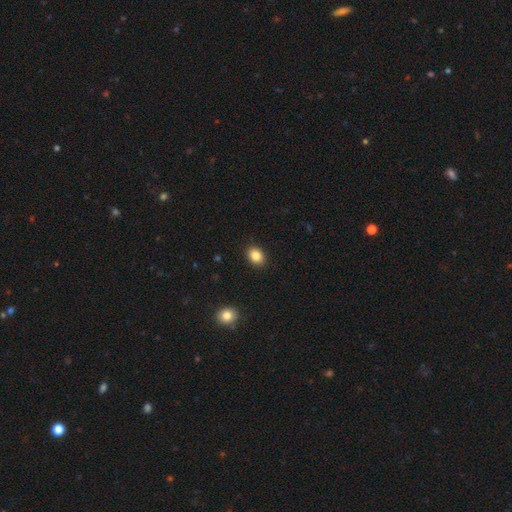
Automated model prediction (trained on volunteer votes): This appears to be a smooth galaxy with no disk features (85%) that is in between round and cigar-shaped (60%). Merging: none (90%).